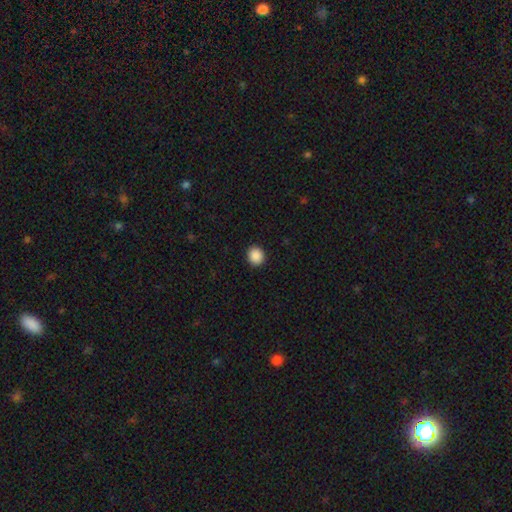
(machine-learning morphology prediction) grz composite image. It shows a smooth galaxy with no disk features (89%) that is round (86%). Merging: none (92%).